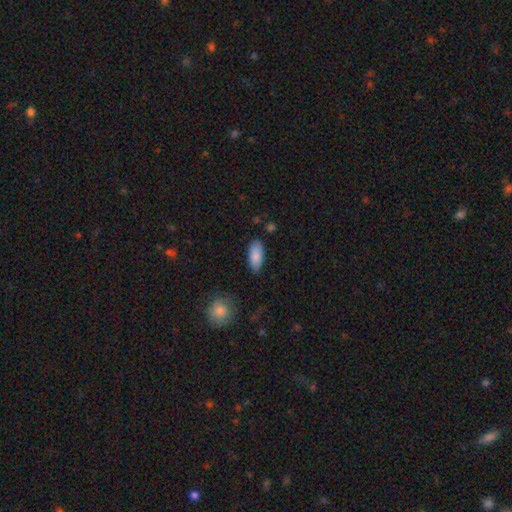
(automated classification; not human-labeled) Morphology: type=smooth (87%); roundness=in between (88%); merging=none (85%).